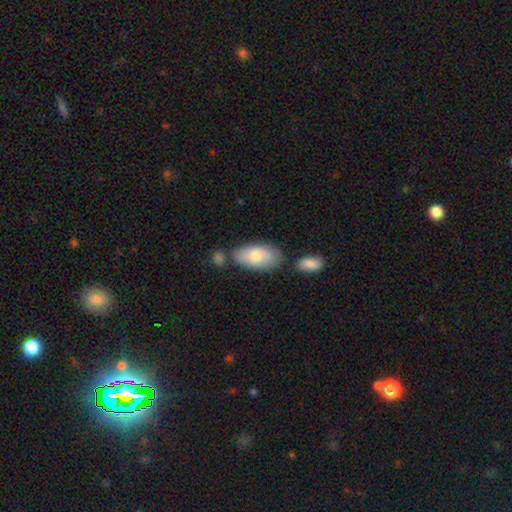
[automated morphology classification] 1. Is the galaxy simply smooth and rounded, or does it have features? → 74% smooth, 21% featured or disk, 5% star or artifact.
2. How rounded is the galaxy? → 93% in between, 4% cigar-shaped, 3% round.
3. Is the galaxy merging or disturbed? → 62% none, 19% minor disturbance, 15% merger, 4% major disturbance.